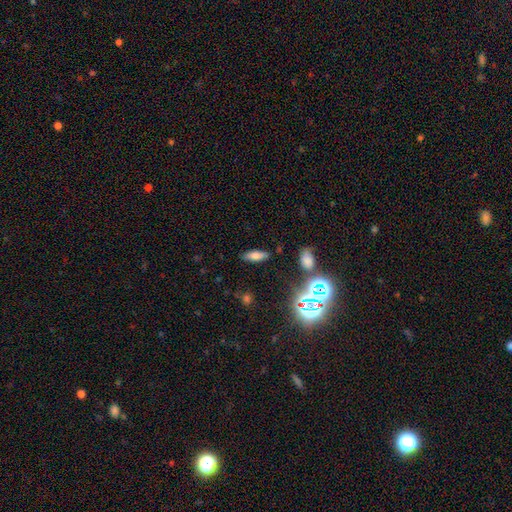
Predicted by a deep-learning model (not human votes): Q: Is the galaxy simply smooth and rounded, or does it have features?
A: smooth — 68%.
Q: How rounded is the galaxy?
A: in between — 63%.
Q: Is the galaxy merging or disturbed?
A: none — 84%.